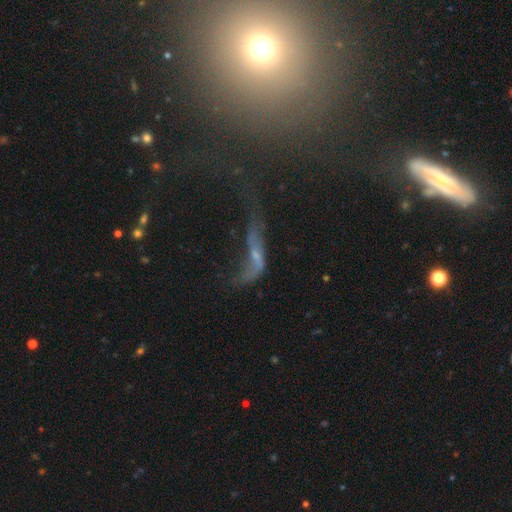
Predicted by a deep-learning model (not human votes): Smooth or featured: featured or disk — 54% (smooth — 26%)
Edge-on disk: no — 80% (yes — 20%)
Merging: major disturbance — 48% (none — 21%)